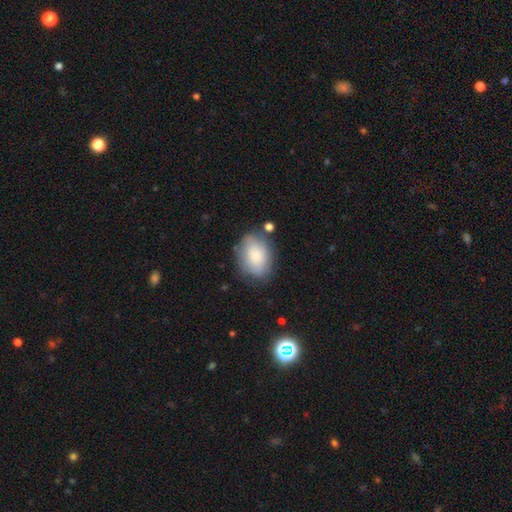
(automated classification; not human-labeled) smooth 80%, featured or disk 13%, star or artifact 7%. Down the decision tree: how rounded — in between (81%); merging — none (69%).